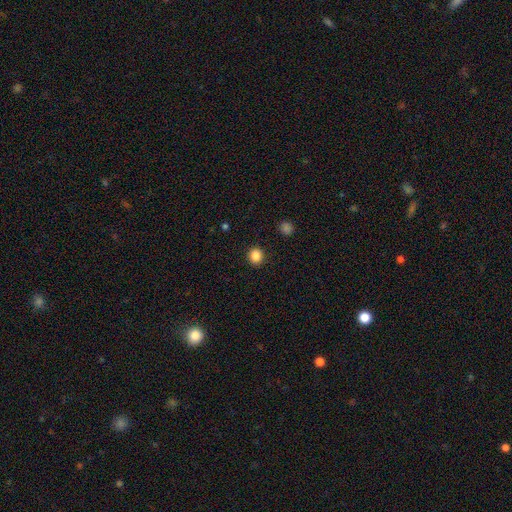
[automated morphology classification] smooth-or-featured: smooth: 86% | star or artifact: 11% | featured or disk: 3%
  how-rounded: round: 88% | in between: 11% | cigar-shaped: 1%
  merging: none: 92% | minor disturbance: 5% | major disturbance: 2% | merger: 1%